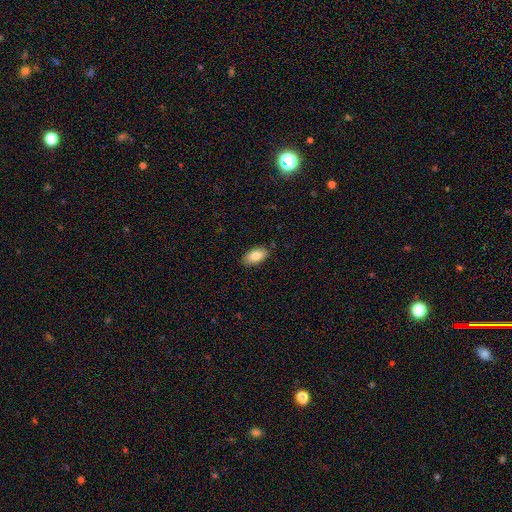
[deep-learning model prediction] The model was most divided on "smooth or featured": smooth: 84%, featured or disk: 9%, star or artifact: 7%. More confident: how rounded — in between (94%); merging — none (87%).